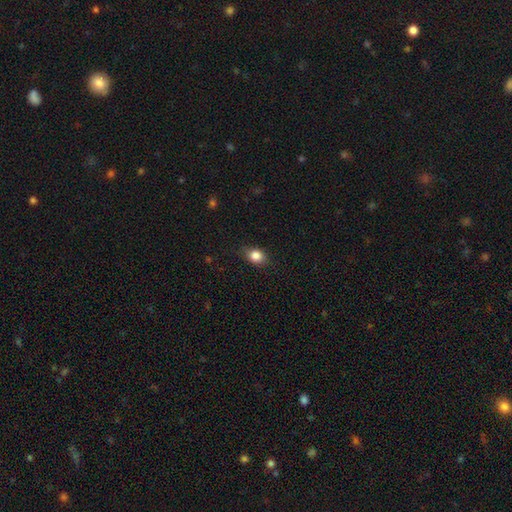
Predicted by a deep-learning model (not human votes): smooth-or-featured: smooth: 84% | star or artifact: 10% | featured or disk: 6%
  how-rounded: in between: 55% | round: 44% | cigar-shaped: 2%
  merging: none: 81% | minor disturbance: 15% | major disturbance: 3% | merger: 1%